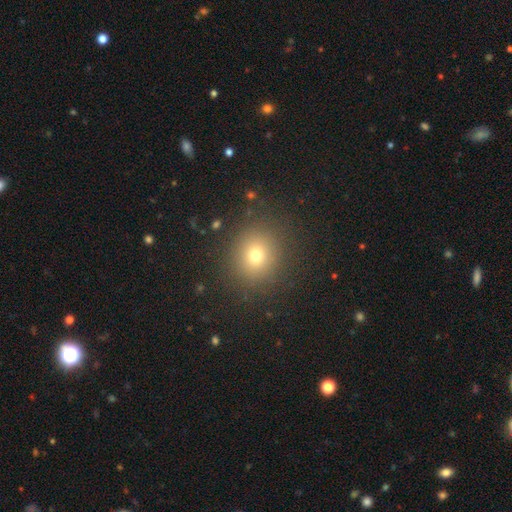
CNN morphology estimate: smooth 72%, star or artifact 18%, featured or disk 10%. Down the decision tree: how rounded — round (82%); merging — none (88%).